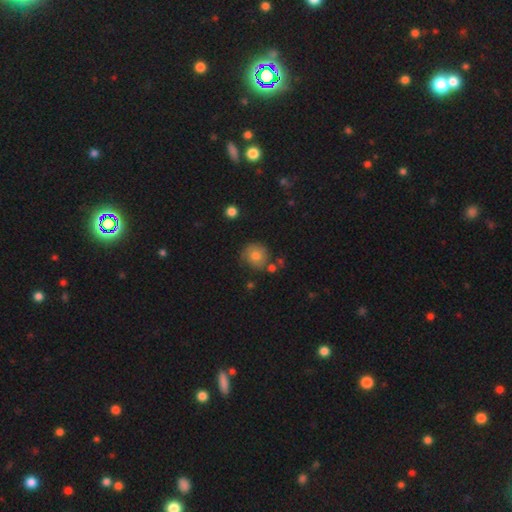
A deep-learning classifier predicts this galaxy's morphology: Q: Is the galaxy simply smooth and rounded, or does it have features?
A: smooth — 71%.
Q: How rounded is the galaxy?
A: round — 88%.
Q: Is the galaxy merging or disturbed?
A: none — 70%.